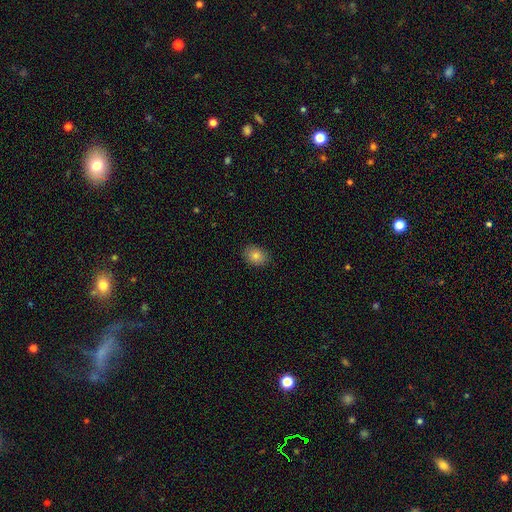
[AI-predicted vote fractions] Morphology: type=smooth (82%); roundness=in between (62%); merging=none (87%).